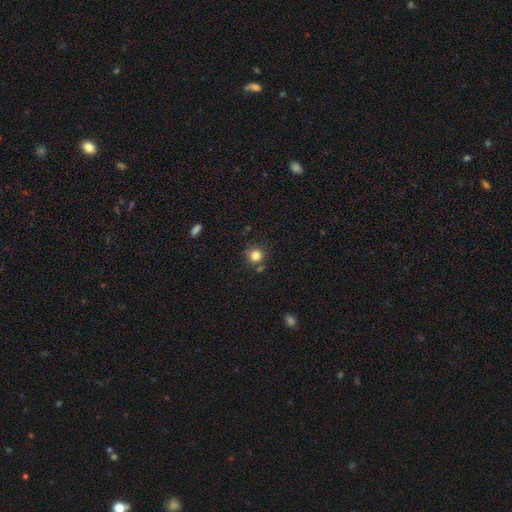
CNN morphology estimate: type=smooth (82%); roundness=round (92%); merging=none (77%).